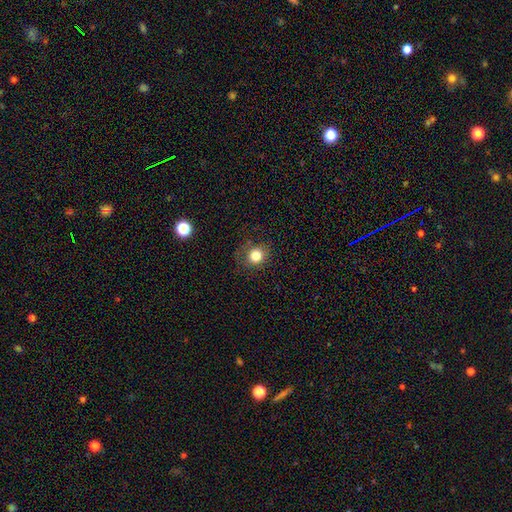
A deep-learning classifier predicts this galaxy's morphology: Smooth or featured: smooth — 80% (star or artifact — 12%)
How rounded: round — 83% (in between — 16%)
Merging: none — 80% (minor disturbance — 13%)